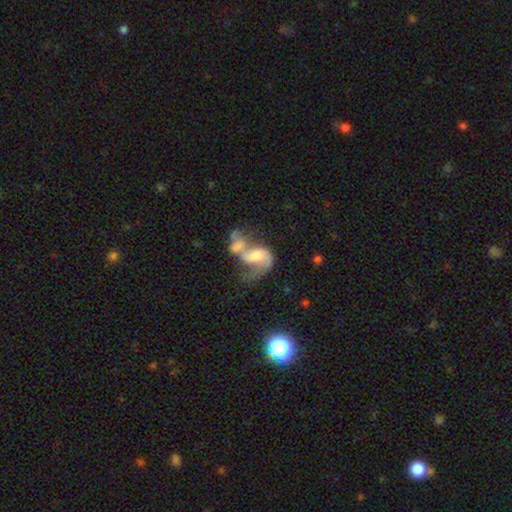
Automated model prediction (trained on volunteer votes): Morphology: type=featured or disk (67%); edge-on=no (97%); bar=no (55%); spiral arms=yes (77%); bulge=moderate (38%); merging=merger (60%).